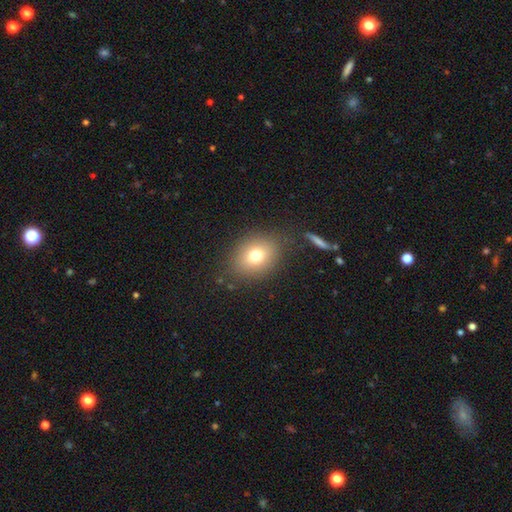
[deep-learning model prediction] Smooth or featured? Predicted: smooth (p=0.75). How rounded? Predicted: round (p=0.51). Merging? Predicted: none (p=0.81).